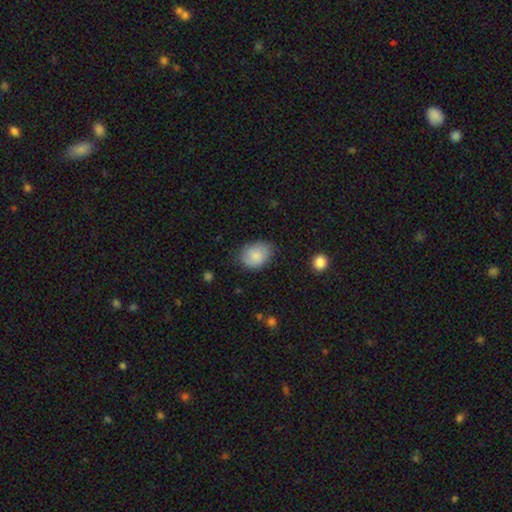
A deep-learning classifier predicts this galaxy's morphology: This is clearly a smooth galaxy (83%). How rounded: likely in between (66%). Merging: likely none (71%).